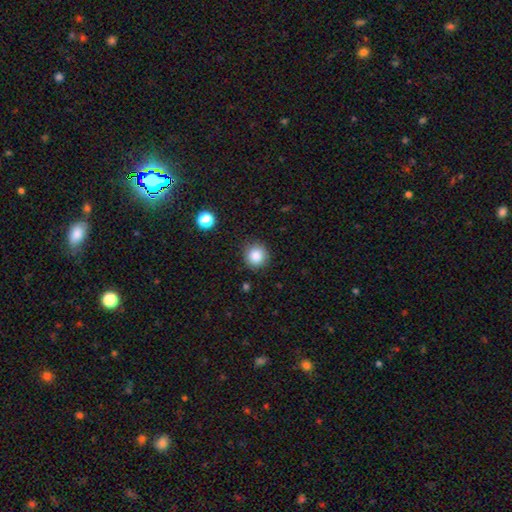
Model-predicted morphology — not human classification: Overall: smooth (85%). How rounded: round (93%). Merging: none (89%).